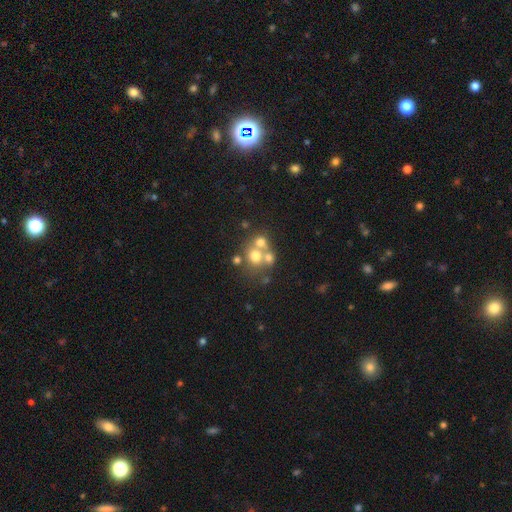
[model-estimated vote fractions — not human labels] This is likely a smooth galaxy (60%). How rounded: clearly round (82%). Merging: possibly merger (46%).